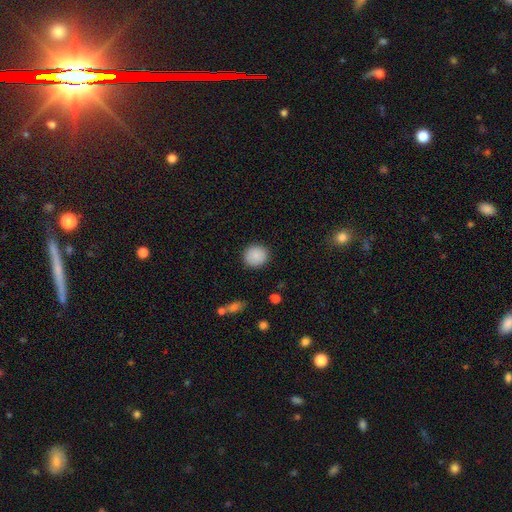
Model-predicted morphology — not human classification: Smooth or featured?
  - smooth: 88% *
  - star or artifact: 8%
  - featured or disk: 4%
How rounded?
  - round: 90% *
  - in between: 9%
  - cigar-shaped: 1%
Merging?
  - none: 91% *
  - minor disturbance: 6%
  - major disturbance: 2%
  - merger: 1%